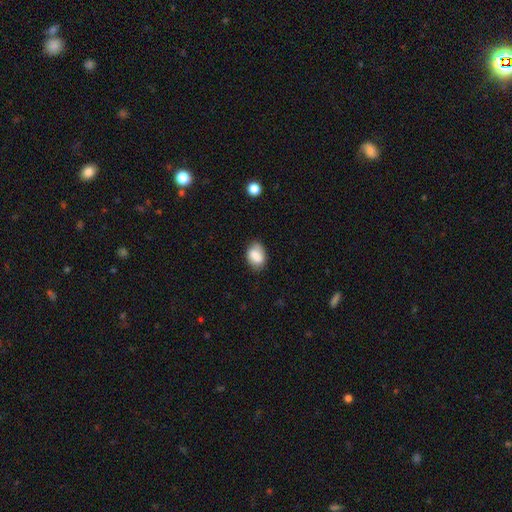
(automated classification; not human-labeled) Smooth or featured? smooth (79%)
How rounded? in between (82%)
Merging? none (73%)